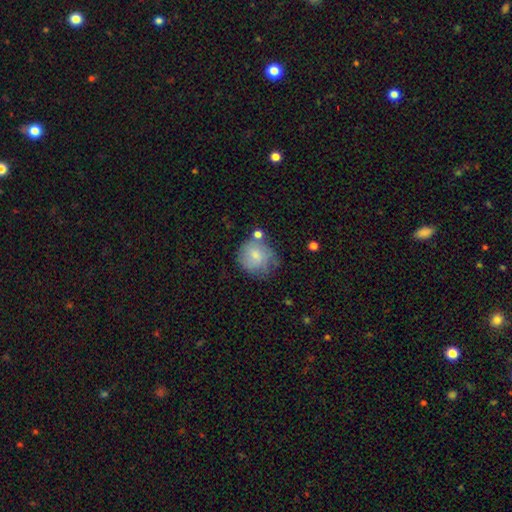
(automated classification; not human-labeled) Smooth or featured?
  - smooth: 73% *
  - featured or disk: 19%
  - star or artifact: 8%
How rounded?
  - round: 83% *
  - in between: 16%
  - cigar-shaped: 1%
Merging?
  - none: 51% *
  - minor disturbance: 27%
  - major disturbance: 12%
  - merger: 10%